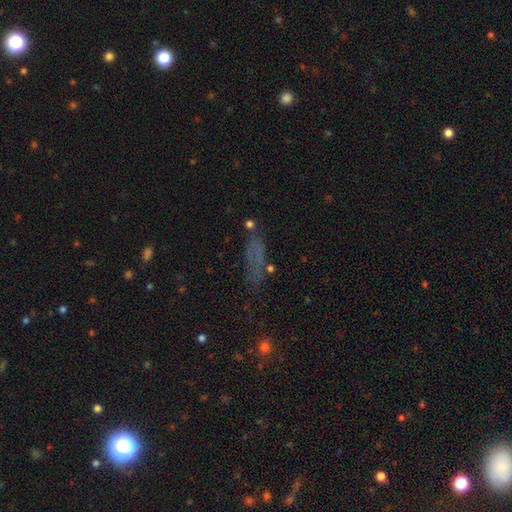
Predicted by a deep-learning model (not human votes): Smooth or featured: smooth — 48% (star or artifact — 29%)
Merging: none — 57% (minor disturbance — 20%)